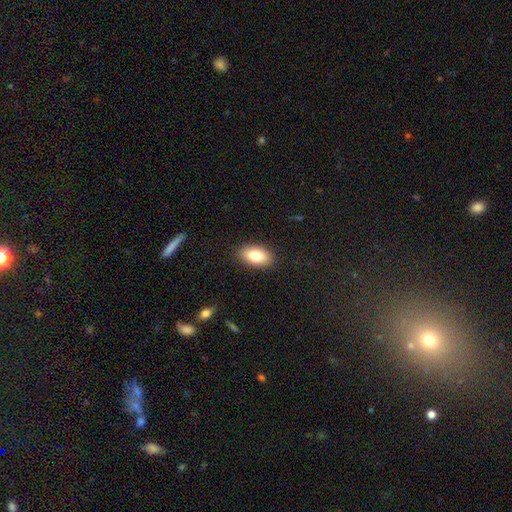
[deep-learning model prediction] This appears to be a smooth galaxy with no disk features (82%) that is in between round and cigar-shaped (93%). Merging: none (88%).